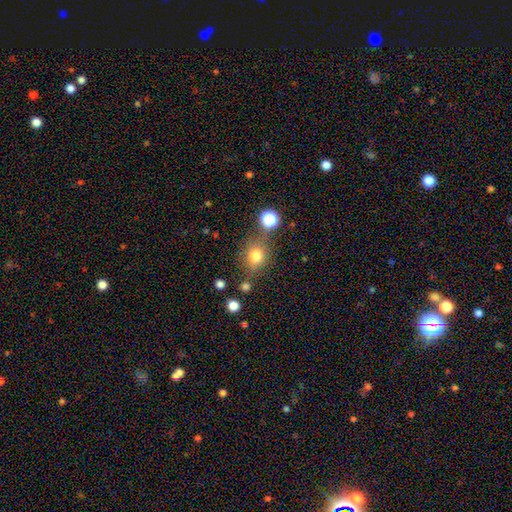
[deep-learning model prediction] The model was most divided on "how rounded": round: 70%, in between: 29%, cigar-shaped: 1%. More confident: smooth or featured — smooth (77%); merging — none (72%).